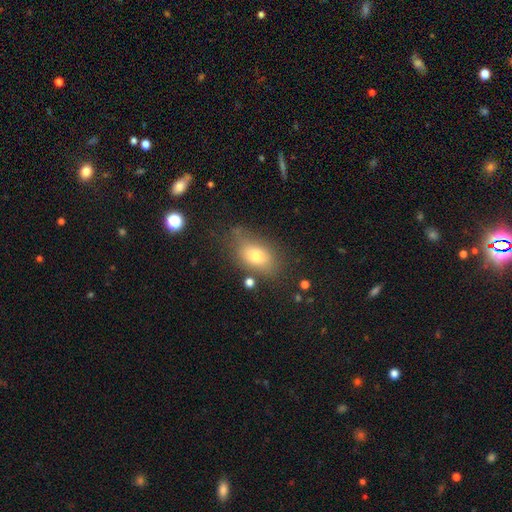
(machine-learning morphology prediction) The model was most divided on "merging": none: 66%, minor disturbance: 21%, major disturbance: 8%, merger: 5%. More confident: how rounded — in between (81%); smooth or featured — smooth (73%).